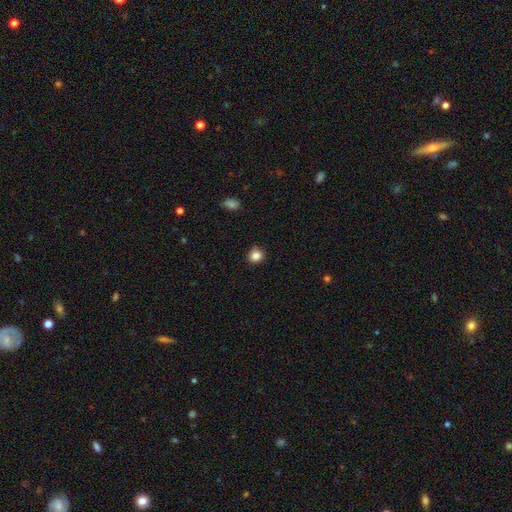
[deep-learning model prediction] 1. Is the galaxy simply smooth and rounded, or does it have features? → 85% smooth, 11% star or artifact, 4% featured or disk.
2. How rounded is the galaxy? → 88% round, 11% in between, 1% cigar-shaped.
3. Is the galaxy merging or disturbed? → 87% none, 9% minor disturbance, 2% major disturbance, 1% merger.